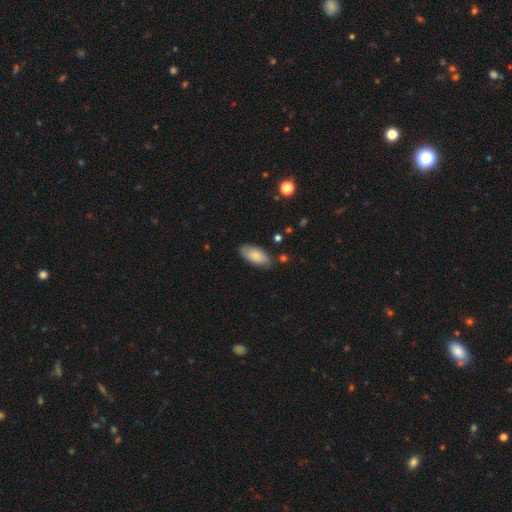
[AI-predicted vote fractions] smooth-or-featured: smooth: 82% | featured or disk: 12% | star or artifact: 6%
  how-rounded: in between: 91% | cigar-shaped: 7% | round: 2%
  merging: none: 80% | minor disturbance: 15% | major disturbance: 3% | merger: 2%